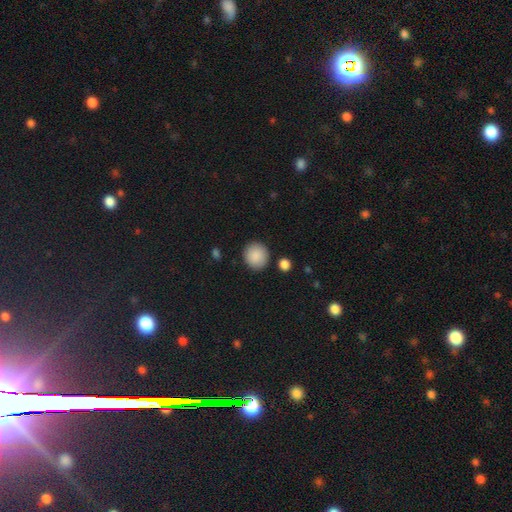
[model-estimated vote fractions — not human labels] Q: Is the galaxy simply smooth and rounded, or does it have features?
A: smooth — 89%.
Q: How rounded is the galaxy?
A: round — 87%.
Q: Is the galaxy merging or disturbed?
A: none — 87%.